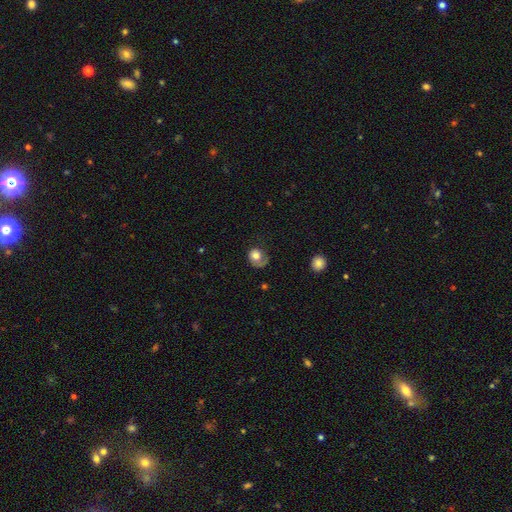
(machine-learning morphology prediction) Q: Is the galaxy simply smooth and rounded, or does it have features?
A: smooth — 62%.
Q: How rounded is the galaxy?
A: round — 65%.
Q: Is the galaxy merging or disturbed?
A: none — 40%.